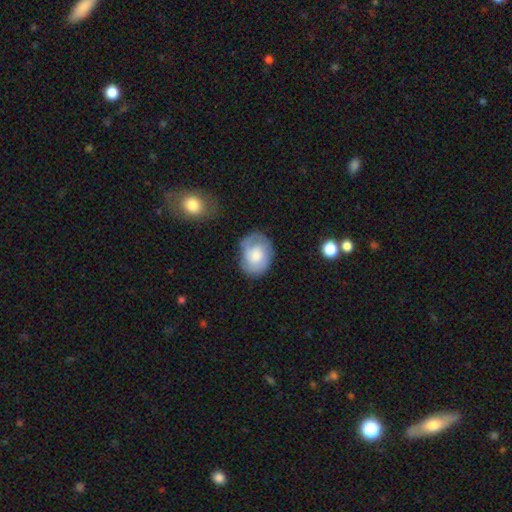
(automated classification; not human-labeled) Smooth or featured: smooth — 49% (featured or disk — 44%)
Merging: none — 66% (minor disturbance — 23%)